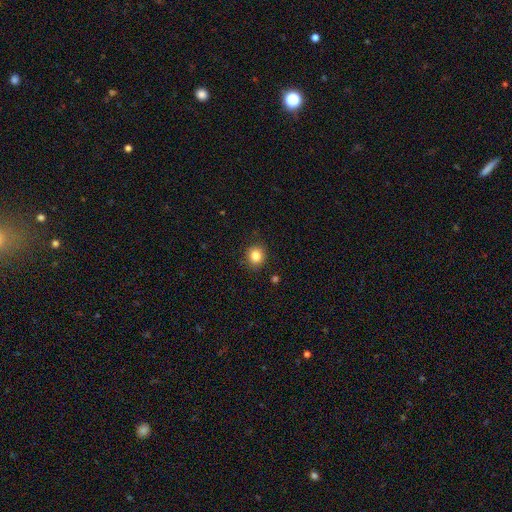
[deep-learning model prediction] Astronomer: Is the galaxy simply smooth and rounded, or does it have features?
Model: smooth — 84%.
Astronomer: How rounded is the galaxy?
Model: round — 80%.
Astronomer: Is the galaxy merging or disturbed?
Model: none — 88%.